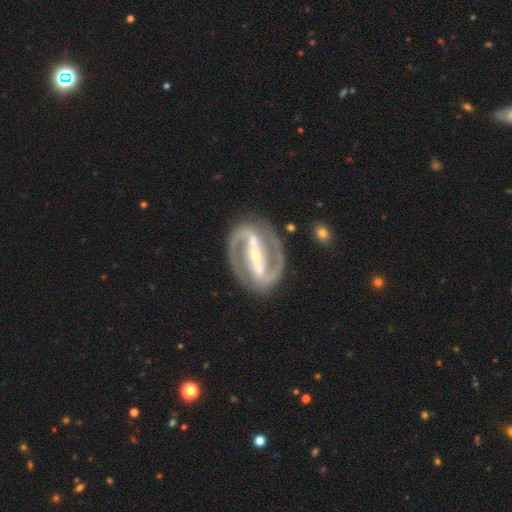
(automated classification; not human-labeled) Smooth or featured: featured or disk — 92% (smooth — 4%)
Edge-on disk: no — 96% (yes — 4%)
Bar: strong — 85% (weak — 10%)
Spiral arms: yes — 96% (no — 4%)
Spiral winding: tight — 46% (medium — 45%)
Spiral arm count: 2 — 93% (can't tell — 2%)
Bulge size: small — 61% (moderate — 34%)
Merging: none — 85% (minor disturbance — 9%)